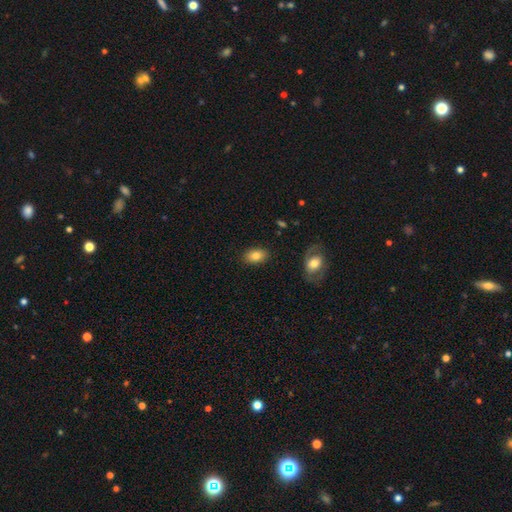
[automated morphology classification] Overall: smooth (81%). How rounded: in between (86%). Merging: none (87%).